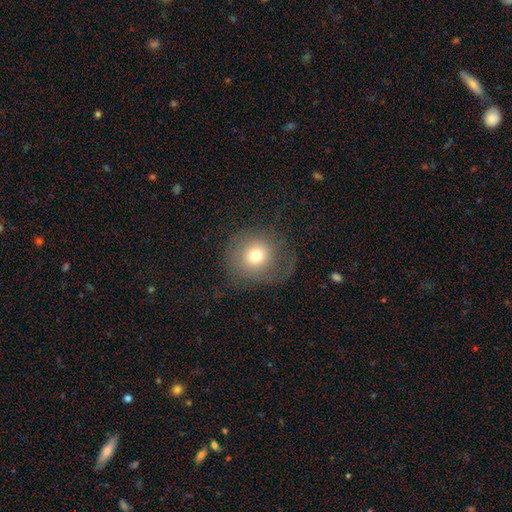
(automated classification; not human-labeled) The model was most divided on "smooth or featured": smooth: 66%, featured or disk: 22%, star or artifact: 12%. More confident: how rounded — round (87%); merging — none (64%).